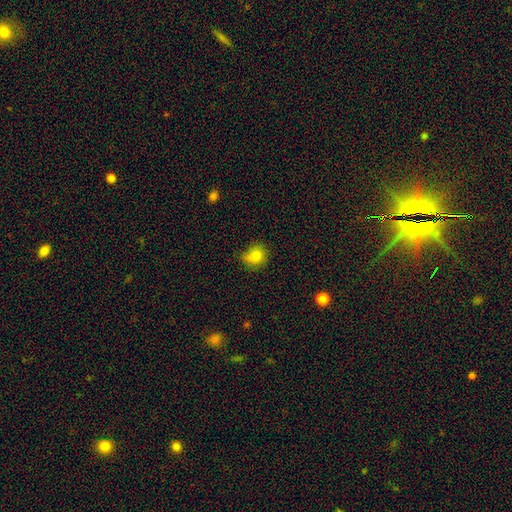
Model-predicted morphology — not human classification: This is likely a smooth galaxy (79%). How rounded: likely round (71%). Merging: possibly none (56%).